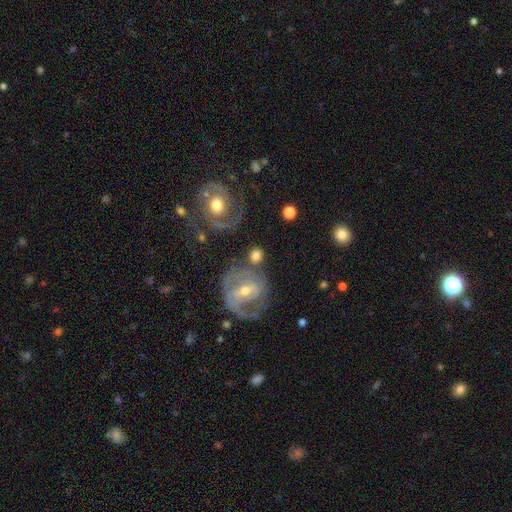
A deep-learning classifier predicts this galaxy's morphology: smooth-or-featured: smooth: 52% | featured or disk: 39% | star or artifact: 8%
  how-rounded: round: 73% | in between: 25% | cigar-shaped: 2%
  merging: none: 56% | merger: 17% | minor disturbance: 16% | major disturbance: 11%